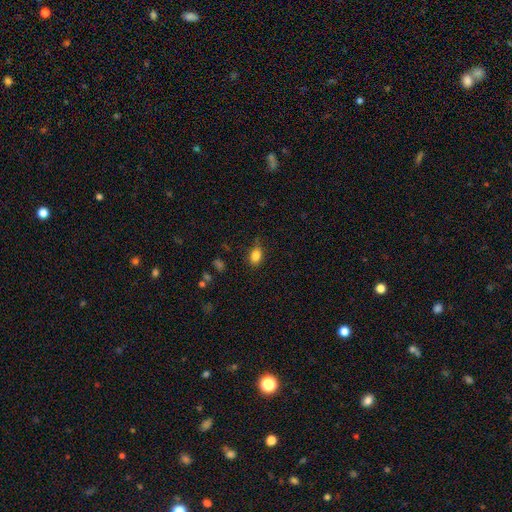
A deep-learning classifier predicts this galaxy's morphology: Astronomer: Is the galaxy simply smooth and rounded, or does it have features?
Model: smooth — 84%.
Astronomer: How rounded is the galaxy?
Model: in between — 77%.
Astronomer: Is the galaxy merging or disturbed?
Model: none — 76%.